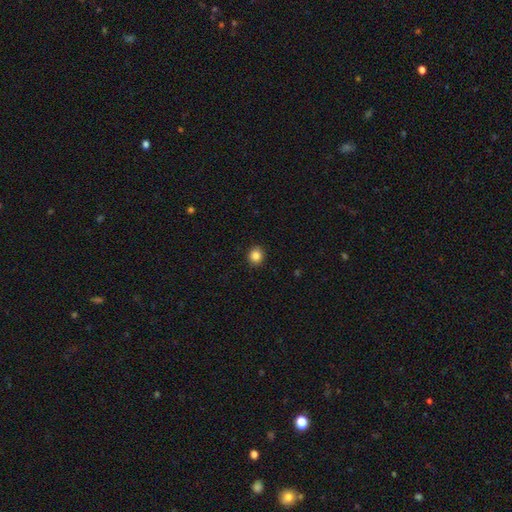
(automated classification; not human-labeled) Morphology: type=smooth (85%); roundness=round (85%); merging=none (91%).